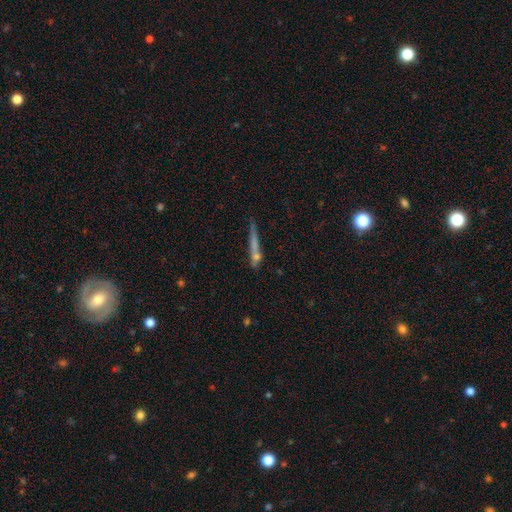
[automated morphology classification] Smooth or featured? Predicted: smooth (p=0.55). How rounded? Predicted: cigar-shaped (p=0.89). Merging? Predicted: none (p=0.57).